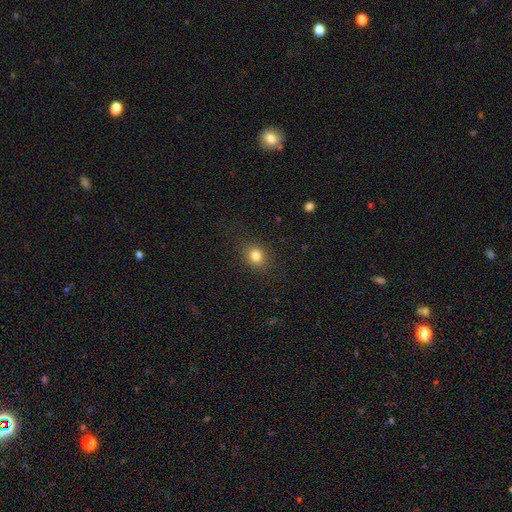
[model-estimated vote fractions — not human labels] This appears to be a smooth galaxy with no disk features (81%) that is round (57%). Merging: none (84%).